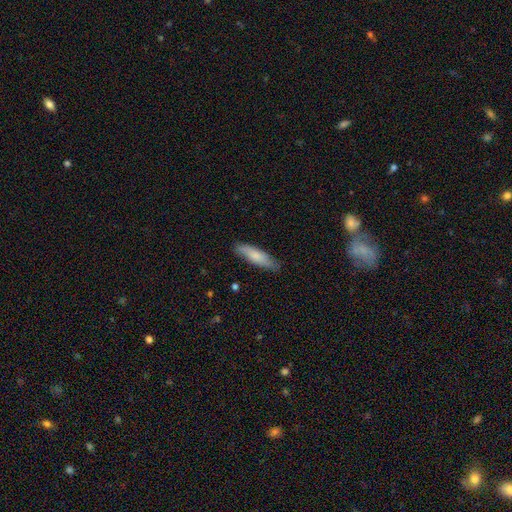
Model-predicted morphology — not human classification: Q: Smooth or featured?
A: smooth (75%); runner-up: featured or disk (20%)
Q: How rounded?
A: cigar-shaped (69%); runner-up: in between (30%)
Q: Merging?
A: none (82%); runner-up: minor disturbance (15%)